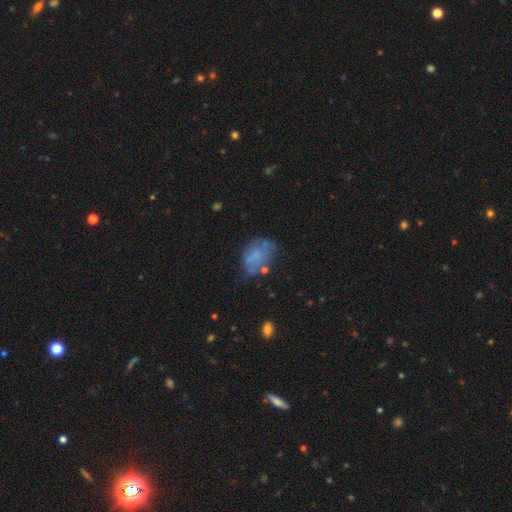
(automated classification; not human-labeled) Smooth or featured? smooth (55%)
How rounded? in between (83%)
Merging? none (45%)